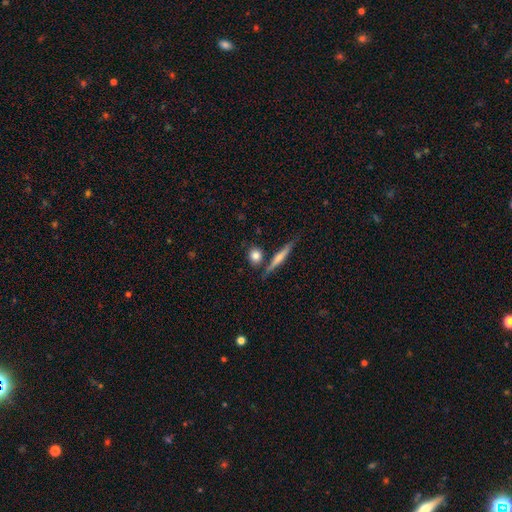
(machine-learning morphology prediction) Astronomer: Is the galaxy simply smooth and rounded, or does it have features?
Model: smooth — 79%.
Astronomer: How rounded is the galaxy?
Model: round — 67%.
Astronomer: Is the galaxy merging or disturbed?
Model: none — 74%.